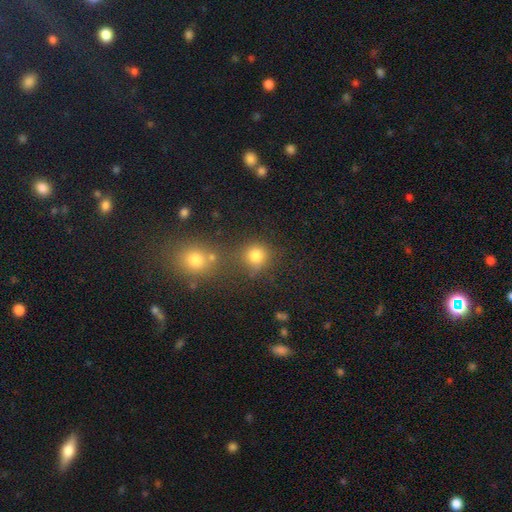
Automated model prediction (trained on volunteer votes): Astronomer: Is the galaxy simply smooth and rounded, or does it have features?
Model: smooth — 77%.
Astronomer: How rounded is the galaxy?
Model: round — 88%.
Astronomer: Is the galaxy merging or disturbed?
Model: none — 65%.